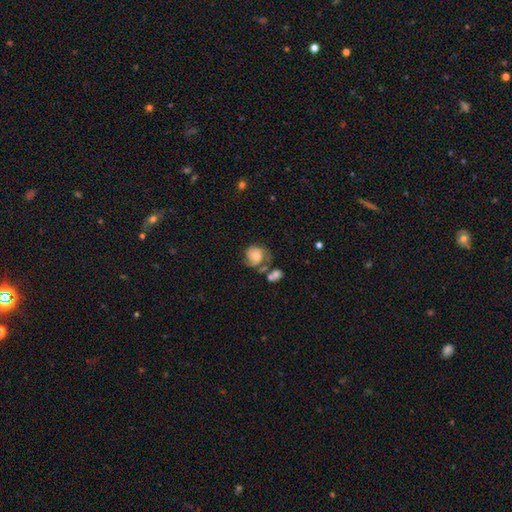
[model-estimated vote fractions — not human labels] A featured or disk galaxy (65%) with no bar (74%), 2 (56%) tight (46%) spiral arms (89%) and a moderate central bulge (50%).

Vote fractions:
- Smooth or featured? featured or disk: 65% / smooth: 28% / star or artifact: 7%
- Edge-on disk? no: 98% / yes: 2%
- Bar? no: 74% / weak: 22% / strong: 4%
- Spiral arms? yes: 89% / no: 11%
- Spiral winding? tight: 46% / medium: 38% / loose: 16%
- Spiral arm count? 2: 56% / can't tell: 16% / 1: 14% / 3: 10% / 4: 2% / more than 4: 2%
- Bulge size? moderate: 50% / small: 40% / large: 5% / none: 4% / dominant: 1%
- Merging? none: 41% / minor disturbance: 22% / merger: 19% / major disturbance: 18%